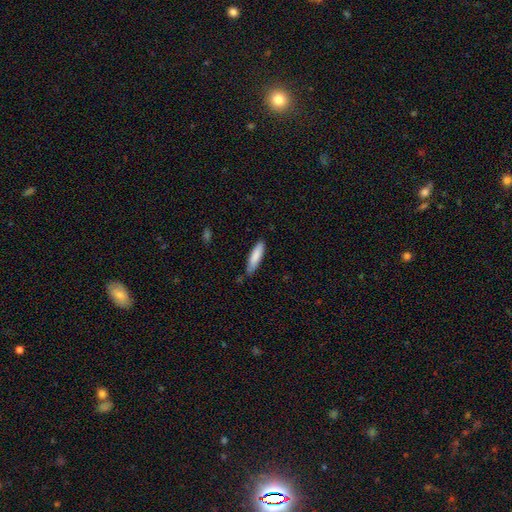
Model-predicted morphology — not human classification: smooth_or_featured: smooth (p=0.85) [alt: featured or disk p=0.10]
how_rounded: cigar-shaped (p=0.75) [alt: in between p=0.24]
merging: none (p=0.77) [alt: minor disturbance p=0.18]